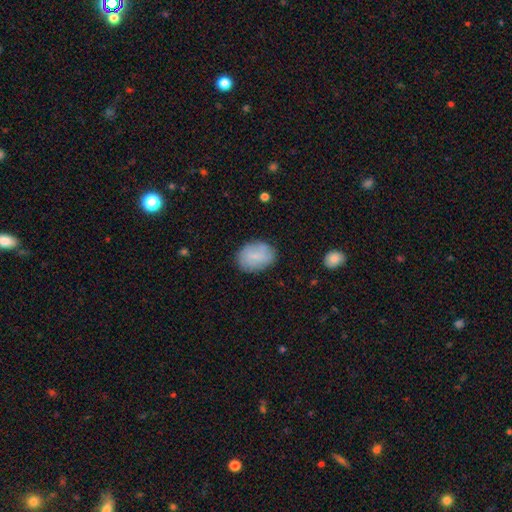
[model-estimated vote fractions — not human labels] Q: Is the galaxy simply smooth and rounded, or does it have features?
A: smooth — 78%.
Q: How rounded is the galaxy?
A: in between — 67%.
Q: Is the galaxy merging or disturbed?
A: none — 80%.